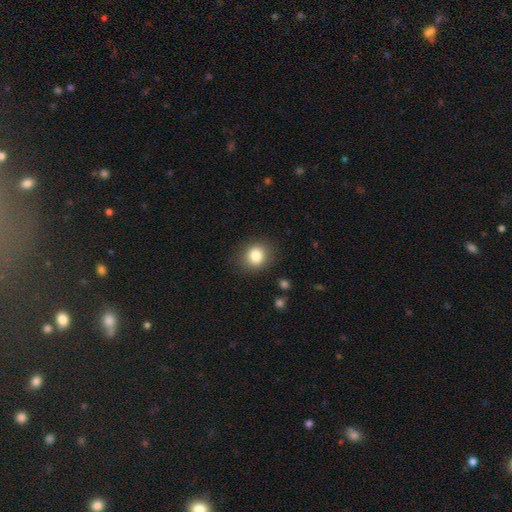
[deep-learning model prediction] Overall: smooth (83%). How rounded: round (71%). Merging: none (86%).